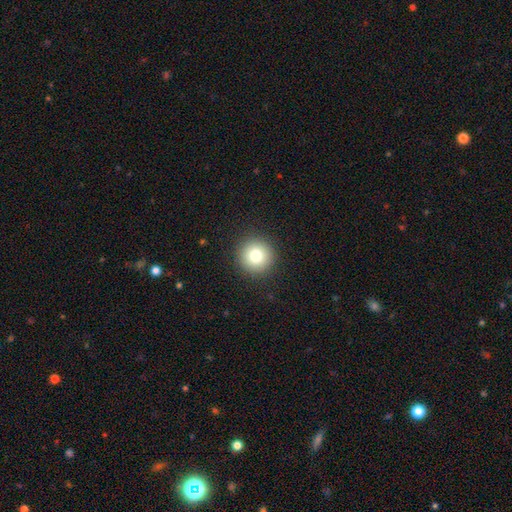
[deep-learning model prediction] Smooth or featured: smooth — 79% (star or artifact — 11%)
How rounded: round — 95% (in between — 4%)
Merging: none — 92% (minor disturbance — 5%)